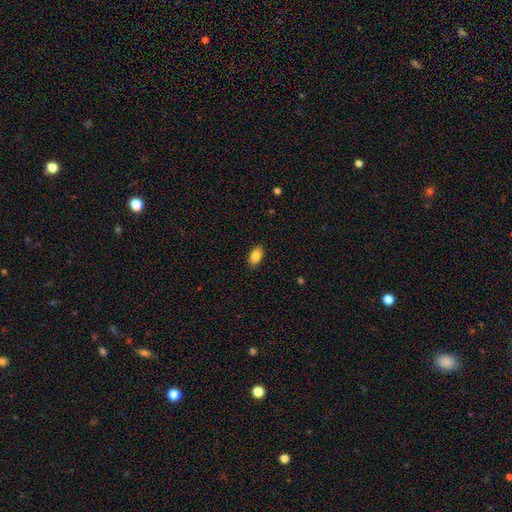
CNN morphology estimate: type=smooth (84%); roundness=in between (92%); merging=none (88%).